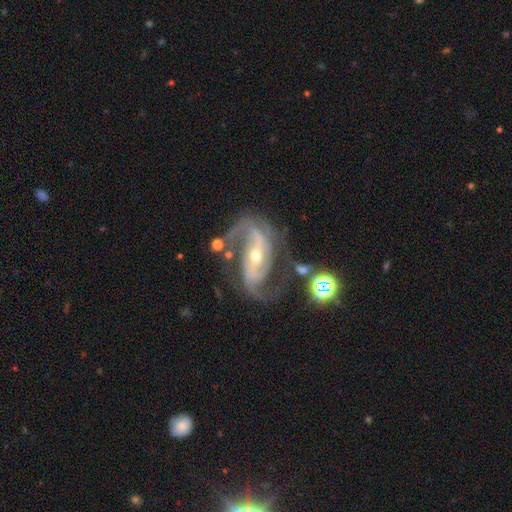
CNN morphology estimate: A featured or disk galaxy (90%) with a strong bar (47%), 2 (81%) medium (52%) spiral arms (97%) and a small central bulge (52%).

Vote fractions:
- Smooth or featured? featured or disk: 90% / star or artifact: 6% / smooth: 4%
- Edge-on disk? no: 96% / yes: 4%
- Bar? strong: 47% / weak: 33% / no: 21%
- Spiral arms? yes: 97% / no: 3%
- Spiral winding? medium: 52% / loose: 27% / tight: 20%
- Spiral arm count? 2: 81% / 3: 8% / can't tell: 5% / 1: 3% / 4: 2% / more than 4: 2%
- Bulge size? small: 52% / moderate: 44% / large: 2% / none: 1% / dominant: 1%
- Merging? none: 58% / minor disturbance: 19% / major disturbance: 16% / merger: 7%